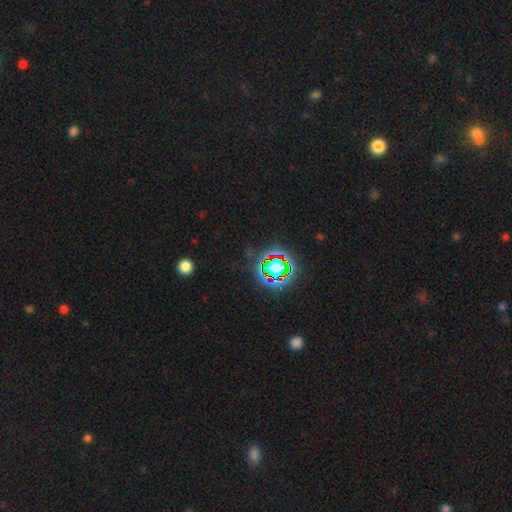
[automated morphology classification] Overall: star or artifact (78%).